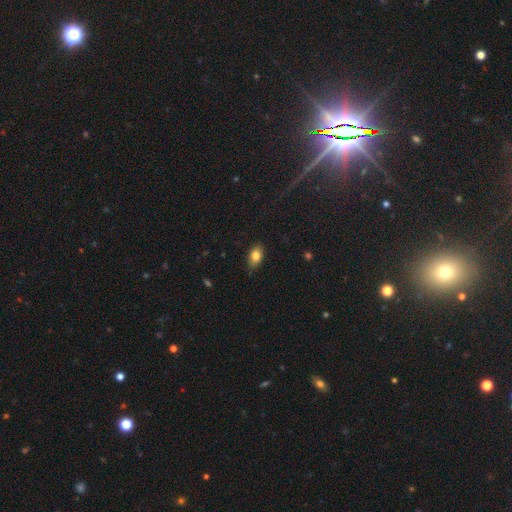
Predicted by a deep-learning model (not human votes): smooth 82%, featured or disk 10%, star or artifact 8%. Down the decision tree: how rounded — in between (87%); merging — none (81%).